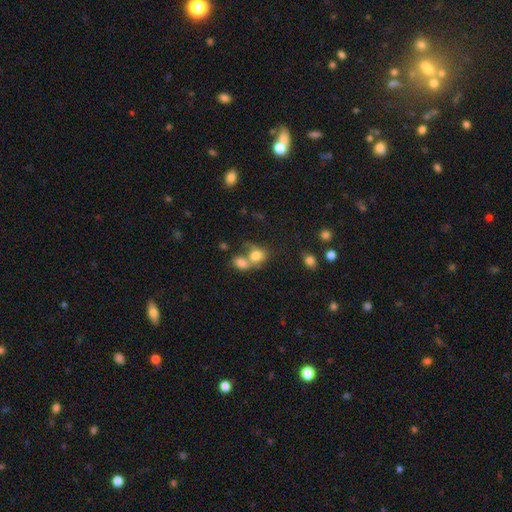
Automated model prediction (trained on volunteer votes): smooth-or-featured: smooth: 78% | featured or disk: 11% | star or artifact: 11%
  how-rounded: round: 53% | in between: 46% | cigar-shaped: 1%
  merging: merger: 57% | none: 29% | minor disturbance: 9% | major disturbance: 5%